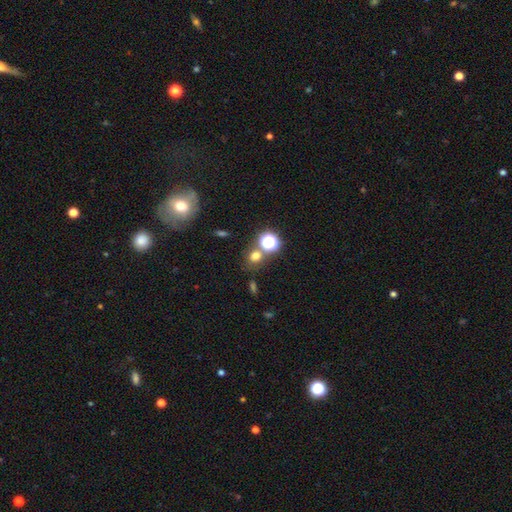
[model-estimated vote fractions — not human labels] smooth_or_featured: smooth (p=0.66) [alt: star or artifact p=0.26]
how_rounded: round (p=0.77) [alt: in between p=0.22]
merging: none (p=0.66) [alt: merger p=0.19]